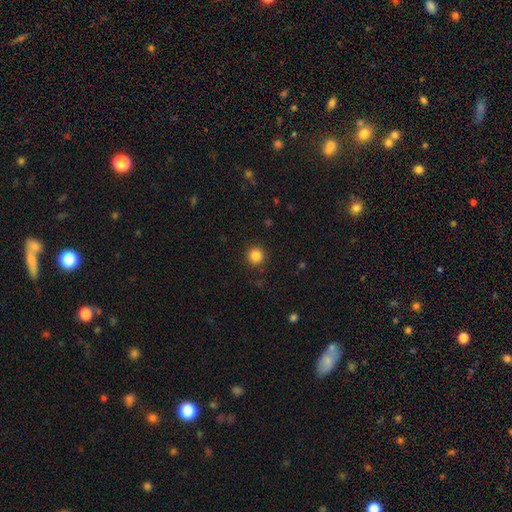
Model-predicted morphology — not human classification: Smooth or featured? Predicted: smooth (p=0.85). How rounded? Predicted: round (p=0.95). Merging? Predicted: none (p=0.90).